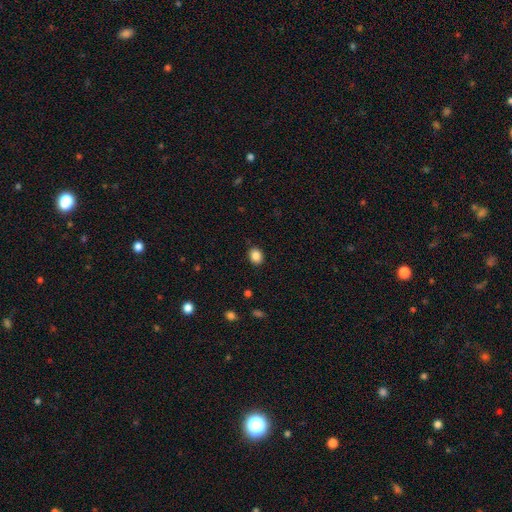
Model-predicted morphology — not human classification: Smooth or featured?
  - smooth: 86% *
  - star or artifact: 10%
  - featured or disk: 4%
How rounded?
  - round: 57% *
  - in between: 42%
  - cigar-shaped: 1%
Merging?
  - none: 89% *
  - minor disturbance: 8%
  - major disturbance: 2%
  - merger: 1%